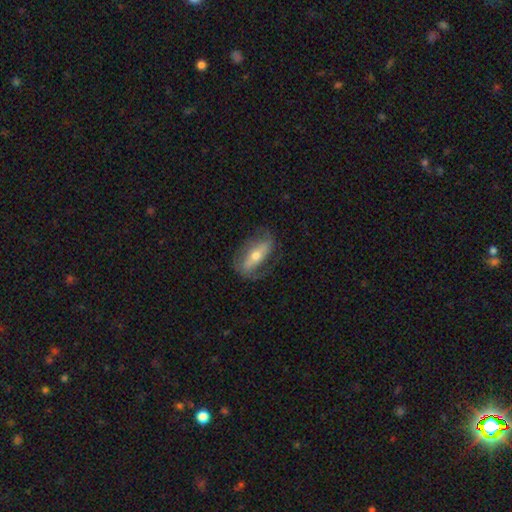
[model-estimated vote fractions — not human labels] Smooth or featured? Predicted: featured or disk (p=0.64). Edge-on disk? Predicted: no (p=0.73). Merging? Predicted: none (p=0.71).